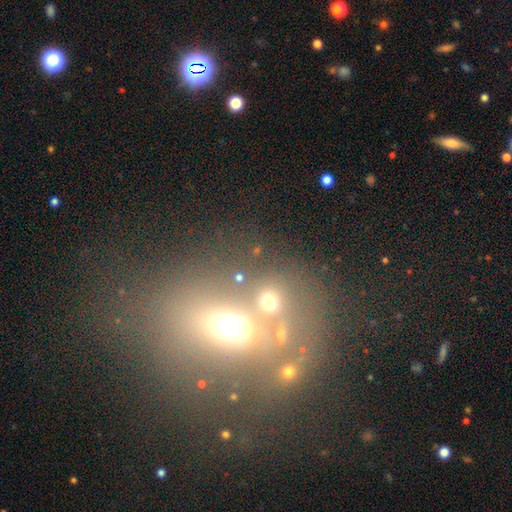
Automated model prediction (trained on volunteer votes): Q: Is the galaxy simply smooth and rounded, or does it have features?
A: smooth — 46%.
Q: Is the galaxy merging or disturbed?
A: none — 53%.